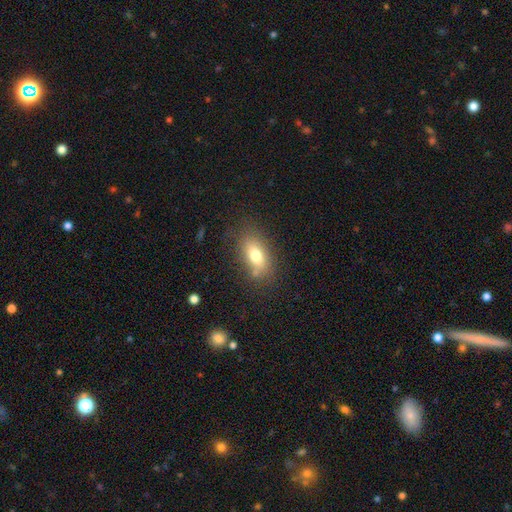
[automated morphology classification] Smooth or featured: smooth — 74% (featured or disk — 16%)
How rounded: in between — 86% (round — 8%)
Merging: none — 75% (minor disturbance — 15%)